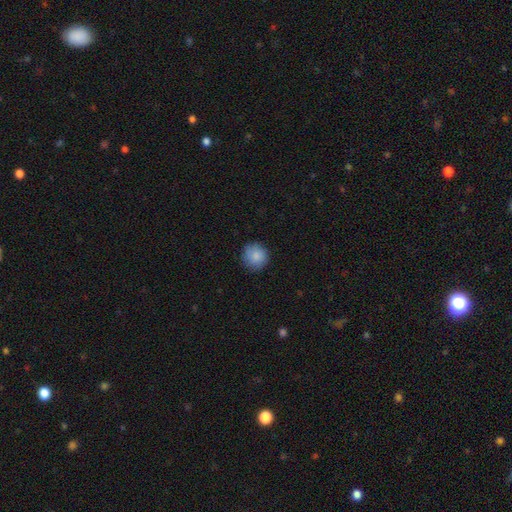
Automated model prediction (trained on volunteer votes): Smooth or featured? smooth (87%)
How rounded? round (93%)
Merging? none (85%)